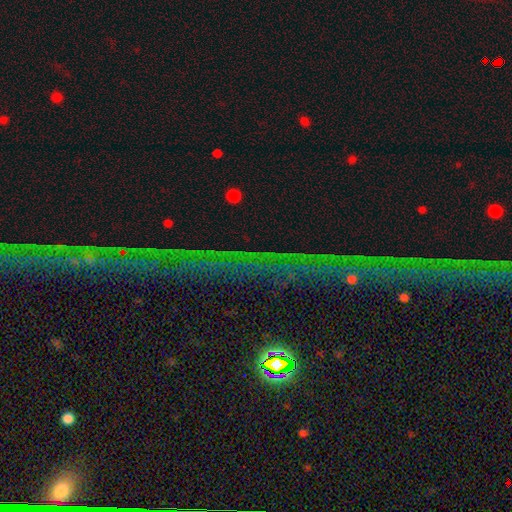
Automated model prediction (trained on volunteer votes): smooth-or-featured: star or artifact: 75% | smooth: 13% | featured or disk: 12%